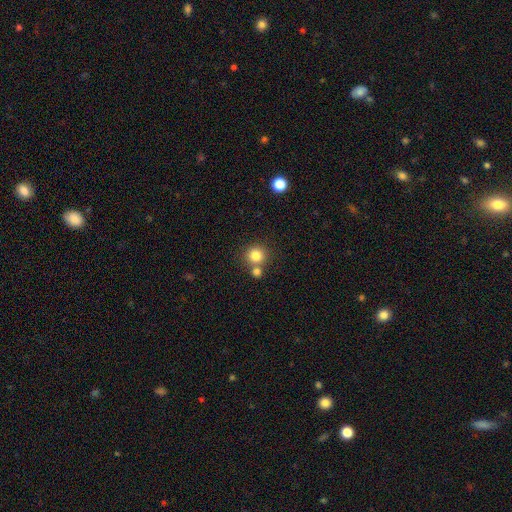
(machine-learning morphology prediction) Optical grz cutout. It shows a smooth galaxy with no disk features (81%) that is round (90%). Merging: none (63%).